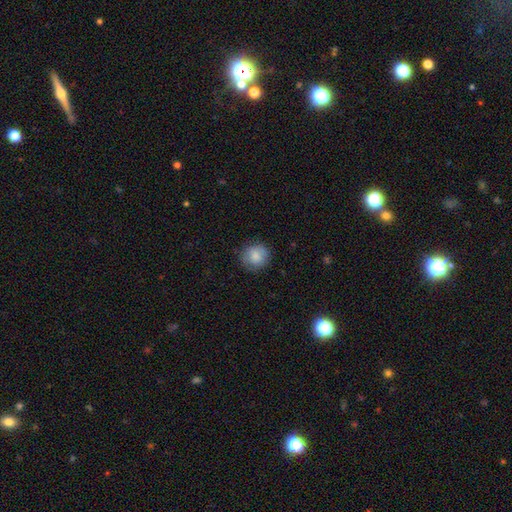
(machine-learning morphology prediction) smooth-or-featured: smooth: 82% | featured or disk: 10% | star or artifact: 8%
  how-rounded: round: 89% | in between: 10% | cigar-shaped: 1%
  merging: none: 84% | minor disturbance: 12% | major disturbance: 3% | merger: 1%